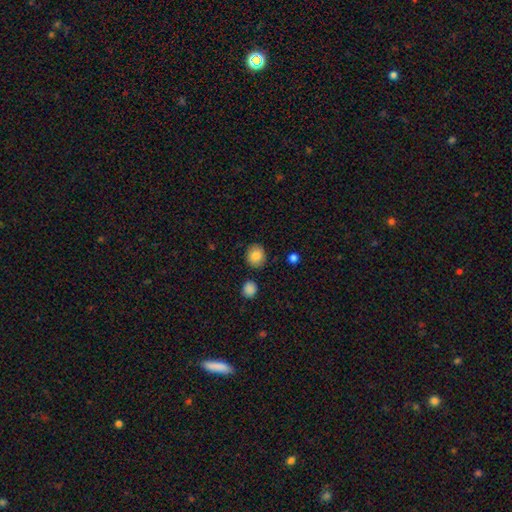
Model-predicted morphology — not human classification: This is clearly a smooth galaxy (85%). How rounded: likely round (78%). Merging: clearly none (87%).